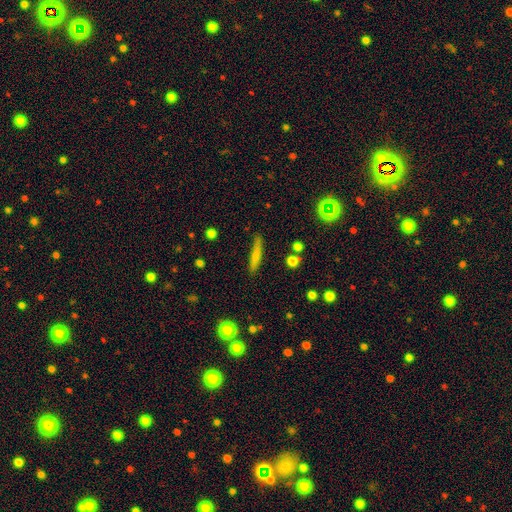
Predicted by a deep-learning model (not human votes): smooth-or-featured: smooth: 70% | featured or disk: 23% | star or artifact: 8%
  how-rounded: cigar-shaped: 91% | in between: 7% | round: 2%
  merging: none: 79% | minor disturbance: 15% | major disturbance: 3% | merger: 3%